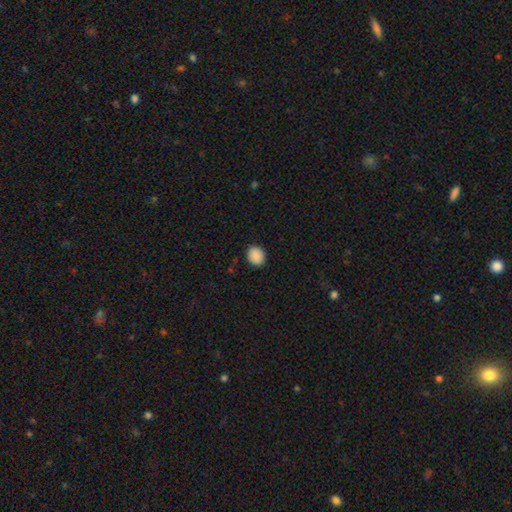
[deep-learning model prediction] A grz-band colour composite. It shows a smooth galaxy with no disk features (90%) that is round (66%). Merging: none (89%).